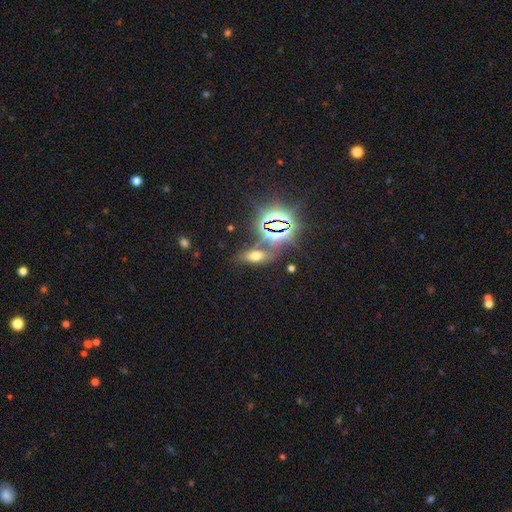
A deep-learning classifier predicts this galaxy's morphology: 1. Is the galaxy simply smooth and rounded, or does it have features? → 48% smooth, 39% star or artifact, 13% featured or disk.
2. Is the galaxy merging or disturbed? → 71% none, 12% minor disturbance, 12% merger, 6% major disturbance.